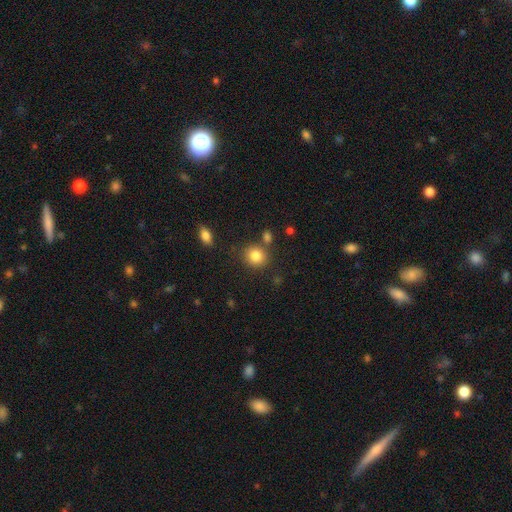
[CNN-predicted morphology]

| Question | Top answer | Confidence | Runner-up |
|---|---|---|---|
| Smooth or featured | smooth | 84% | star or artifact (10%) |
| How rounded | round | 81% | in between (18%) |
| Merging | none | 76% | merger (10%) |